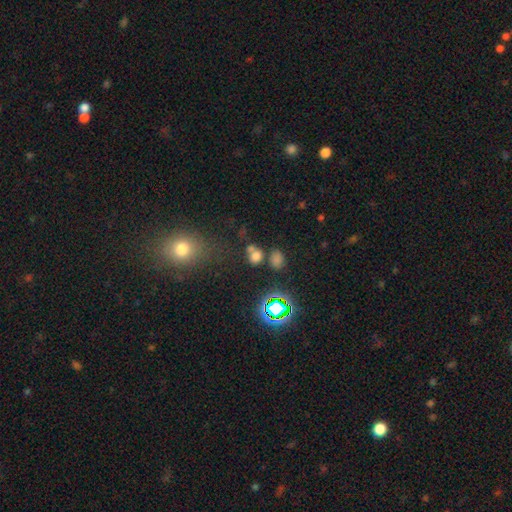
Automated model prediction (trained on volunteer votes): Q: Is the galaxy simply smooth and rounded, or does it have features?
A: smooth — 64%.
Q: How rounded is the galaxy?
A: round — 60%.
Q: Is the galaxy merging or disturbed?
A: none — 54%.